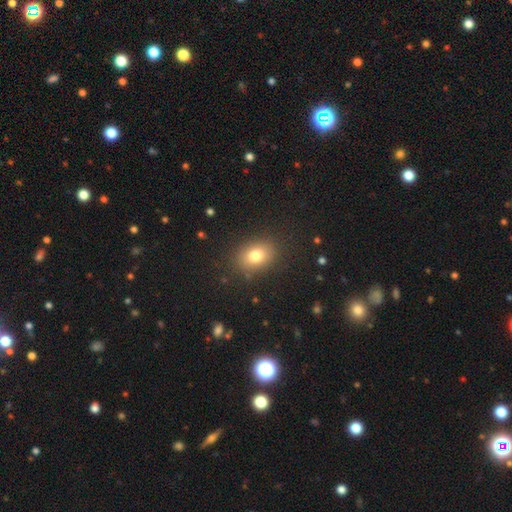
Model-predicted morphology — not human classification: This appears to be a smooth galaxy with no disk features (79%) that is in between round and cigar-shaped (70%). Merging: none (85%).